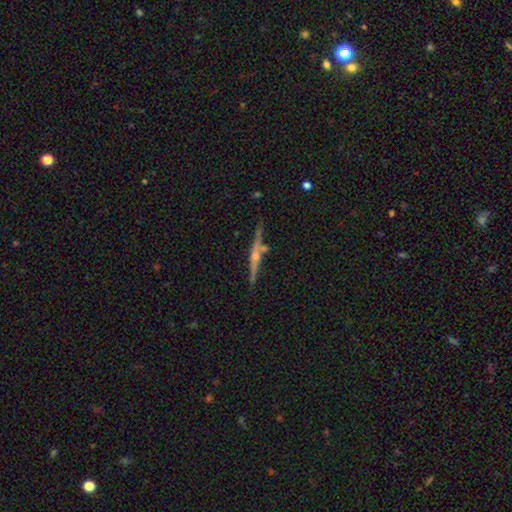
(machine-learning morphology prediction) A featured or disk galaxy (74%) viewed edge-on (98%) with a rounded central bulge (80%).

Vote fractions:
- Smooth or featured? featured or disk: 74% / smooth: 18% / star or artifact: 8%
- Edge-on disk? yes: 98% / no: 2%
- Edge-on bulge? rounded: 80% / none: 12% / boxy: 8%
- Merging? none: 80% / minor disturbance: 11% / merger: 6% / major disturbance: 2%